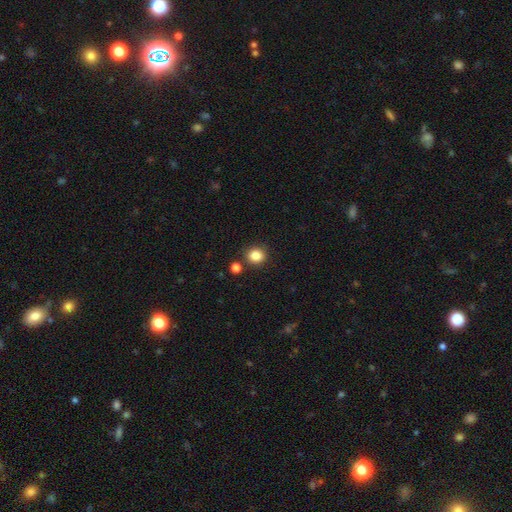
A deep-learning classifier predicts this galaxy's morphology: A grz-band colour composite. It shows a smooth galaxy with no disk features (84%) that is round (80%). Merging: none (82%).